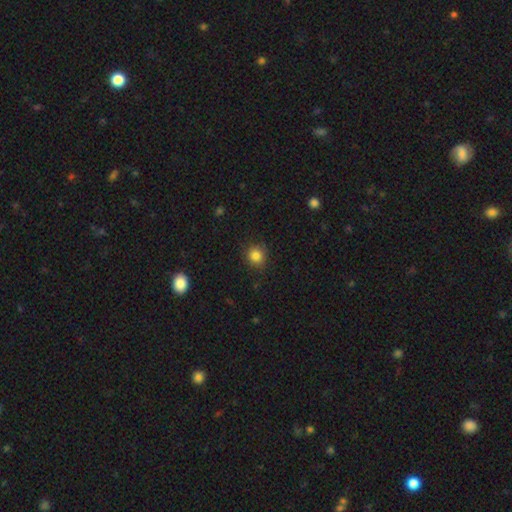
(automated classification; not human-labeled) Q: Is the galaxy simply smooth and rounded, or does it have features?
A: smooth — 84%.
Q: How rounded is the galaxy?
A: round — 89%.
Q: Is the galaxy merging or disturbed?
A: none — 86%.